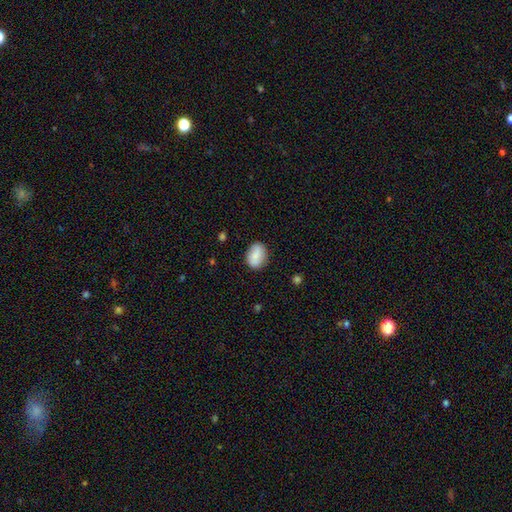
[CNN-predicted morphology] smooth 79%, featured or disk 14%, star or artifact 7%. Down the decision tree: how rounded — in between (74%); merging — none (81%).